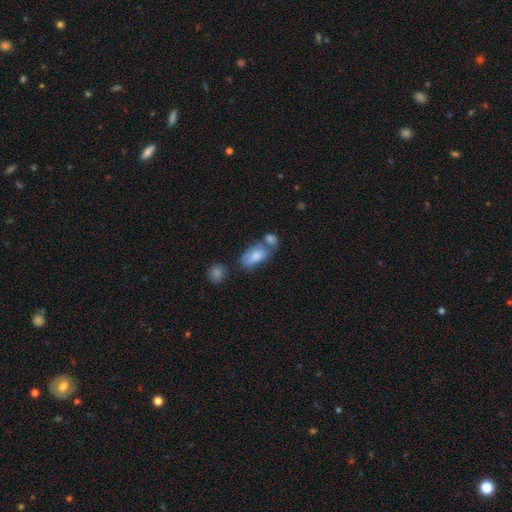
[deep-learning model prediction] Smooth or featured: smooth — 74% (featured or disk — 18%)
How rounded: in between — 91% (round — 6%)
Merging: merger — 37% (none — 34%)